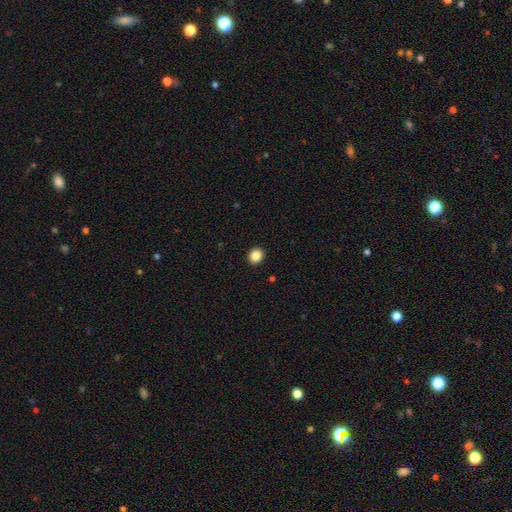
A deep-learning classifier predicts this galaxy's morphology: Smooth or featured? smooth (86%)
How rounded? round (86%)
Merging? none (93%)